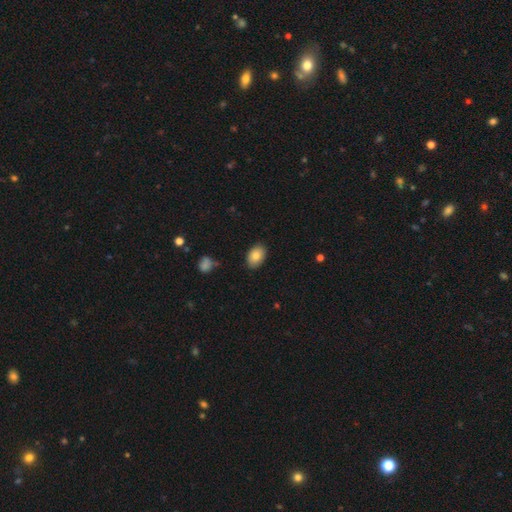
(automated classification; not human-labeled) Smooth or featured?
  - smooth: 83% *
  - featured or disk: 9%
  - star or artifact: 7%
How rounded?
  - in between: 87% *
  - round: 12%
  - cigar-shaped: 1%
Merging?
  - none: 86% *
  - minor disturbance: 11%
  - major disturbance: 2%
  - merger: 1%